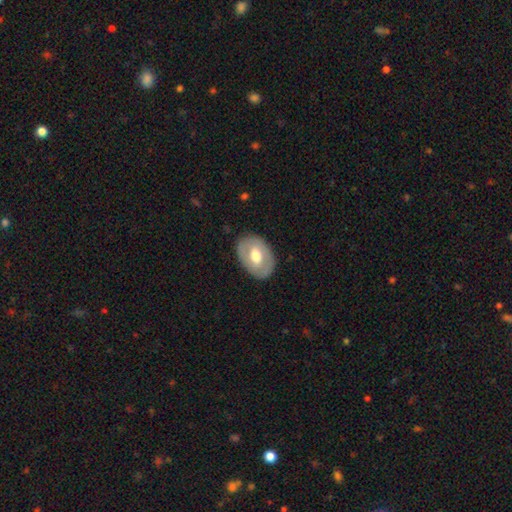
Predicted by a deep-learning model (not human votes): Smooth or featured? smooth (50%)
Merging? none (83%)